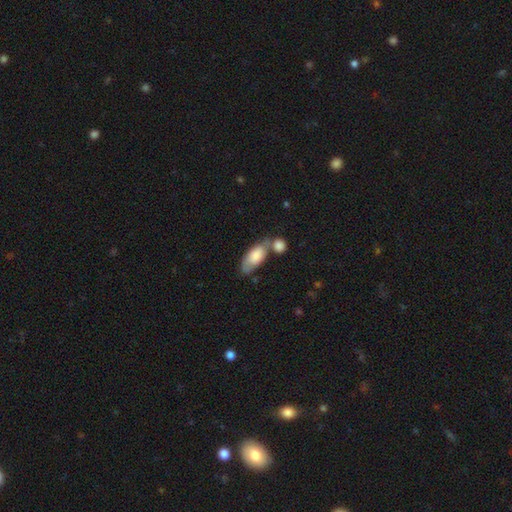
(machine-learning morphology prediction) A smooth galaxy with no disk features (75%) that is in between round and cigar-shaped (87%).

Vote fractions:
- Smooth or featured? smooth: 75% / featured or disk: 19% / star or artifact: 6%
- How rounded? in between: 87% / cigar-shaped: 10% / round: 3%
- Merging? none: 38% (tied) / merger: 38% (tied) / minor disturbance: 17% / major disturbance: 7%